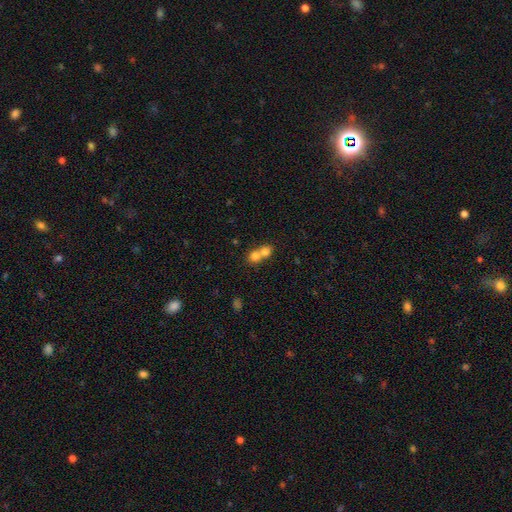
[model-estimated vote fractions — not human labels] Smooth or featured?
  - smooth: 75% *
  - featured or disk: 13%
  - star or artifact: 11%
How rounded?
  - round: 76% *
  - in between: 23%
  - cigar-shaped: 1%
Merging?
  - merger: 67% *
  - none: 27%
  - minor disturbance: 4%
  - major disturbance: 2%